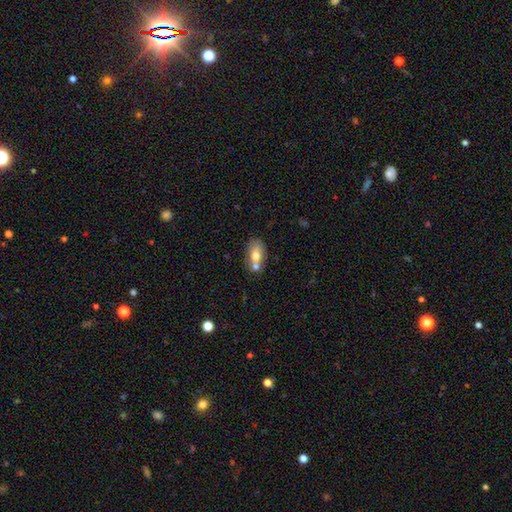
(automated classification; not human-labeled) Smooth or featured: smooth — 68% (featured or disk — 25%)
How rounded: in between — 85% (round — 10%)
Merging: none — 44% (merger — 36%)